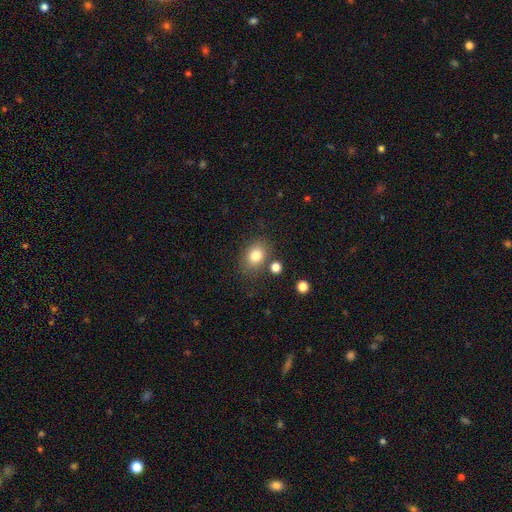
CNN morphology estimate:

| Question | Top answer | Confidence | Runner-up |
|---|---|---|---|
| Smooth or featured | smooth | 81% | star or artifact (10%) |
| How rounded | in between | 60% | round (39%) |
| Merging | none | 77% | minor disturbance (13%) |